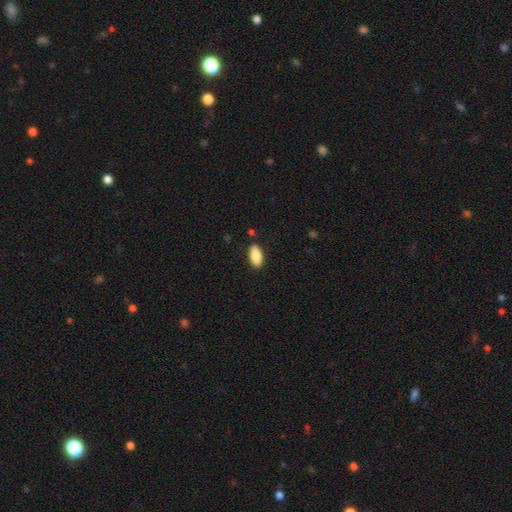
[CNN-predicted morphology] Smooth or featured? Predicted: smooth (p=0.86). How rounded? Predicted: in between (p=0.86). Merging? Predicted: none (p=0.87).